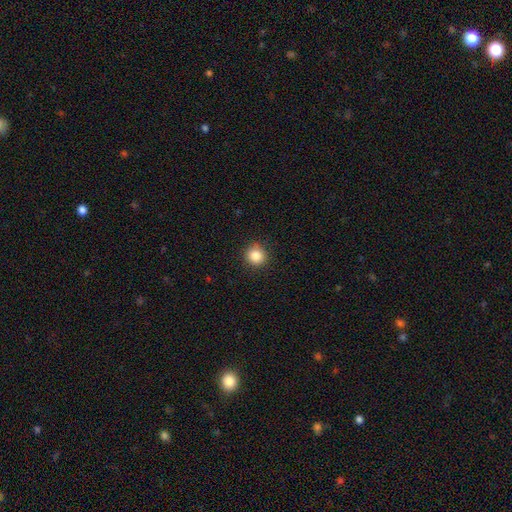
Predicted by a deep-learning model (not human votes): Q: Smooth or featured?
A: smooth (84%); runner-up: star or artifact (11%)
Q: How rounded?
A: round (93%); runner-up: in between (6%)
Q: Merging?
A: none (91%); runner-up: minor disturbance (6%)